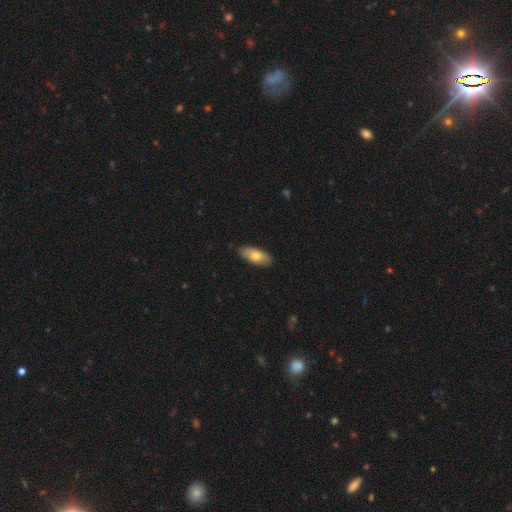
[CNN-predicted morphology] The model was most divided on "smooth or featured": smooth: 73%, featured or disk: 21%, star or artifact: 6%. More confident: merging — none (85%); how rounded — in between (84%).